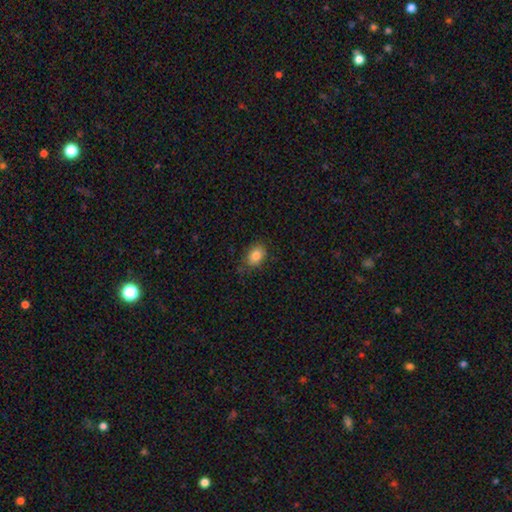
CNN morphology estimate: smooth_or_featured: smooth (p=0.85) [alt: star or artifact p=0.09]
how_rounded: in between (p=0.80) [alt: round p=0.19]
merging: none (p=0.78) [alt: minor disturbance p=0.17]